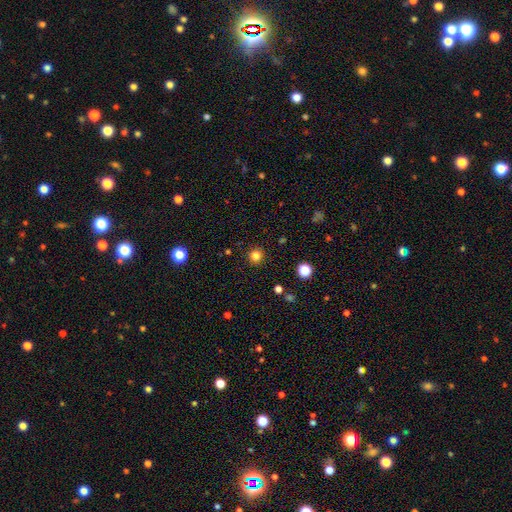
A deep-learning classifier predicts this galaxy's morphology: Smooth or featured? Predicted: smooth (p=0.82). How rounded? Predicted: round (p=0.93). Merging? Predicted: none (p=0.91).